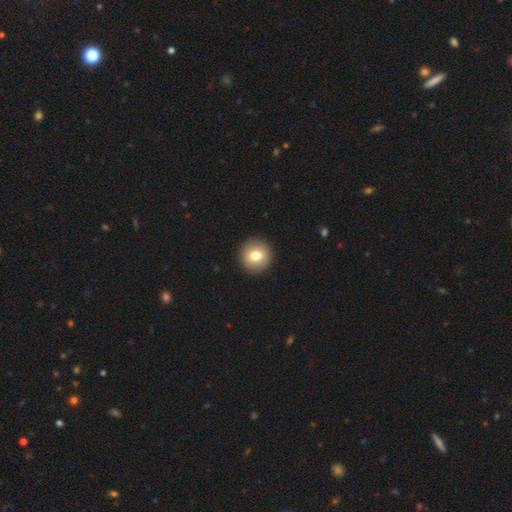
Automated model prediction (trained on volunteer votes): This is likely a smooth galaxy (77%). How rounded: clearly round (94%). Merging: clearly none (93%).